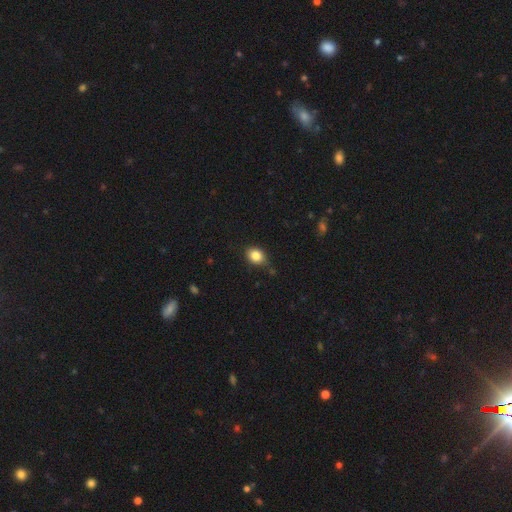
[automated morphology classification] Q: Smooth or featured?
A: smooth (85%); runner-up: star or artifact (10%)
Q: How rounded?
A: in between (56%); runner-up: round (43%)
Q: Merging?
A: none (76%); runner-up: minor disturbance (18%)